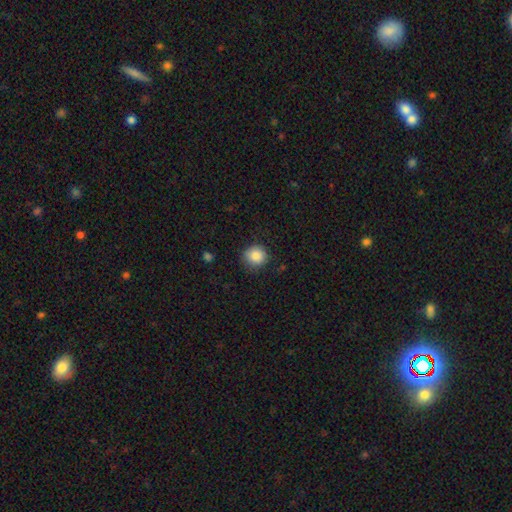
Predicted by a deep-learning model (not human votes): Smooth or featured?
  - smooth: 86% *
  - star or artifact: 9%
  - featured or disk: 5%
How rounded?
  - round: 88% *
  - in between: 11%
  - cigar-shaped: 1%
Merging?
  - none: 83% *
  - minor disturbance: 13%
  - major disturbance: 3%
  - merger: 1%